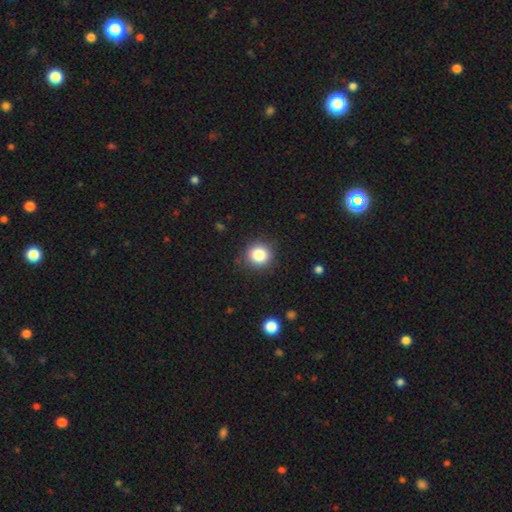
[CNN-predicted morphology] This is clearly a smooth galaxy (83%). How rounded: clearly round (90%). Merging: clearly none (88%).